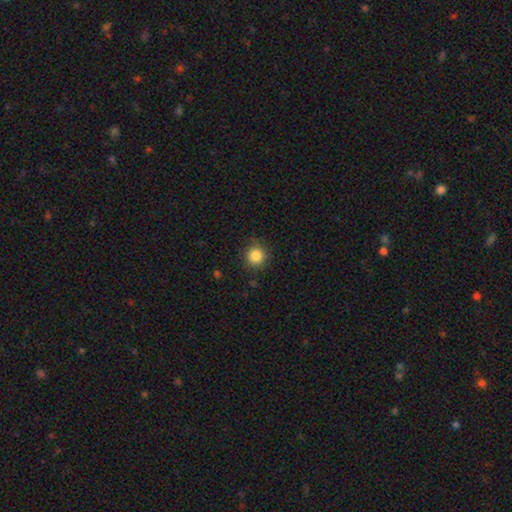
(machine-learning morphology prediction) A smooth galaxy with no disk features (85%) that is round (93%).

Vote fractions:
- Smooth or featured? smooth: 85% / star or artifact: 11% / featured or disk: 4%
- How rounded? round: 93% / in between: 6% / cigar-shaped: 1%
- Merging? none: 88% / minor disturbance: 8% / major disturbance: 3% / merger: 1%